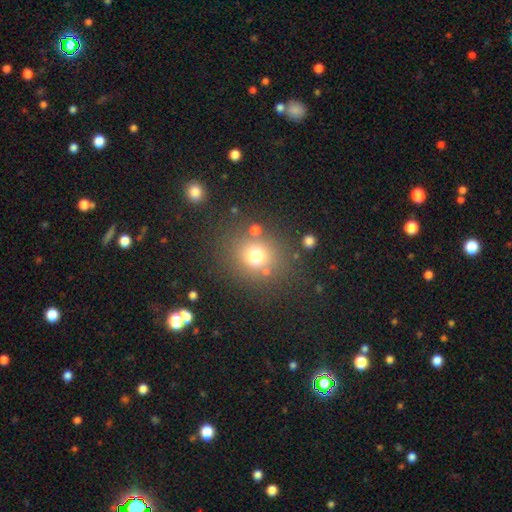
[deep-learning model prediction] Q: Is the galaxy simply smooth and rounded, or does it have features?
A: smooth — 72%.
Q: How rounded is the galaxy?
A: round — 84%.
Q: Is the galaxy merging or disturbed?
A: none — 78%.